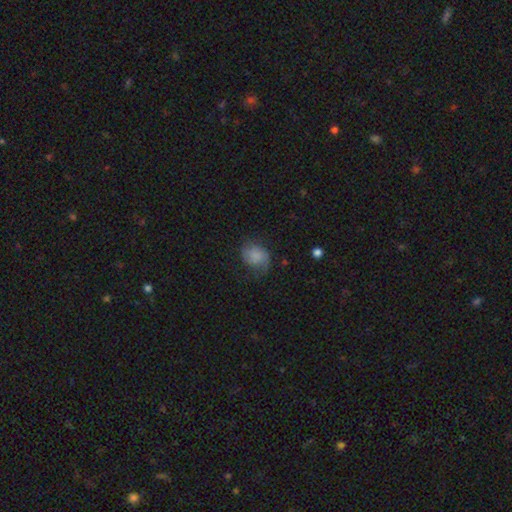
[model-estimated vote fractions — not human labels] The model was most divided on "how rounded": in between: 53%, round: 46%, cigar-shaped: 1%. More confident: smooth or featured — smooth (65%); merging — none (53%).